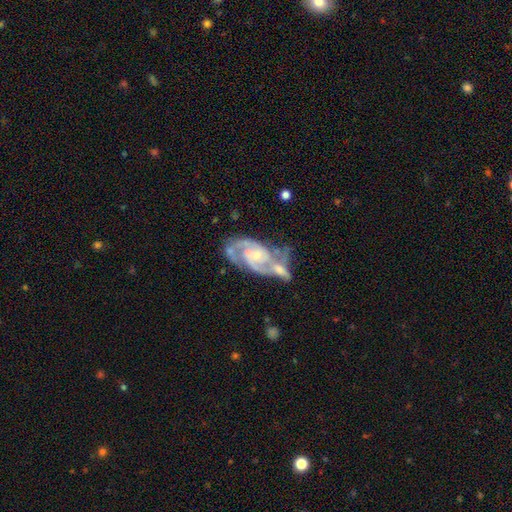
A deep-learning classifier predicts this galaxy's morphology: Smooth or featured: featured or disk — 89% (smooth — 6%)
Edge-on disk: no — 97% (yes — 3%)
Bar: no — 56% (weak — 35%)
Spiral arms: yes — 97% (no — 3%)
Spiral winding: medium — 51% (tight — 37%)
Spiral arm count: 2 — 75% (3 — 11%)
Bulge size: small — 61% (moderate — 27%)
Merging: merger — 38% (none — 31%)